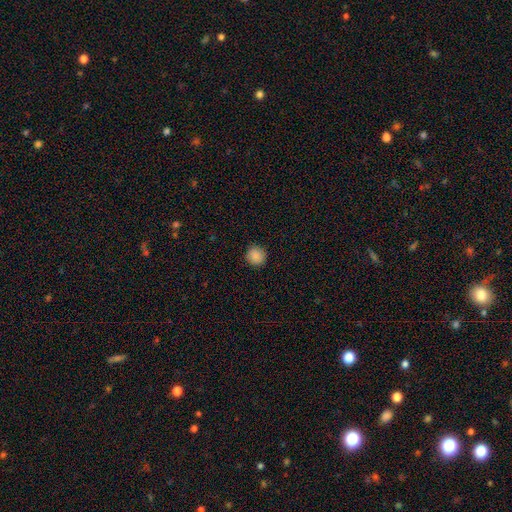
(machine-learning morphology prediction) Smooth or featured? smooth (88%)
How rounded? round (94%)
Merging? none (91%)